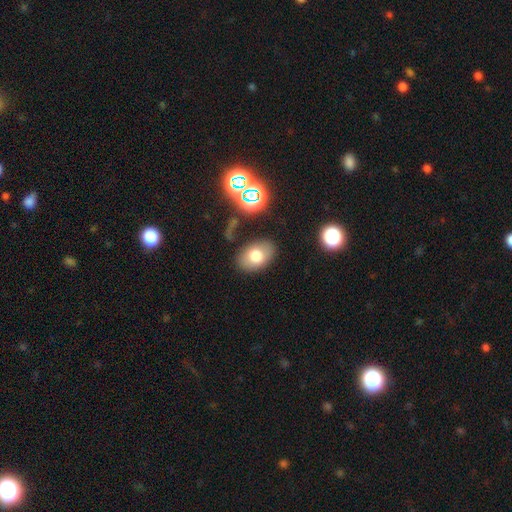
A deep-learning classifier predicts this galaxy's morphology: The model was most divided on "smooth or featured": smooth: 72%, featured or disk: 16%, star or artifact: 12%. More confident: how rounded — in between (82%); merging — none (77%).